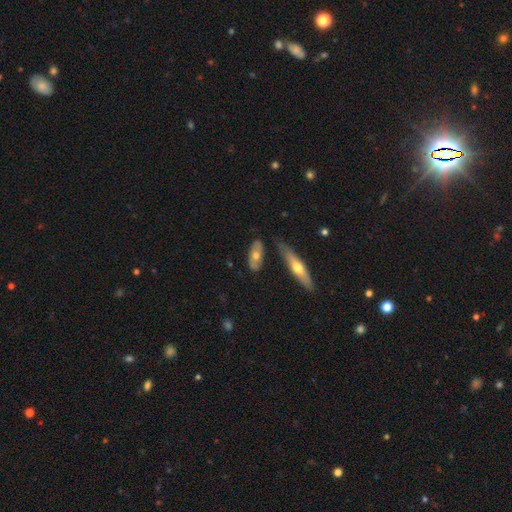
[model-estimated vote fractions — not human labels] Smooth or featured? smooth (53%)
How rounded? in between (71%)
Merging? none (72%)